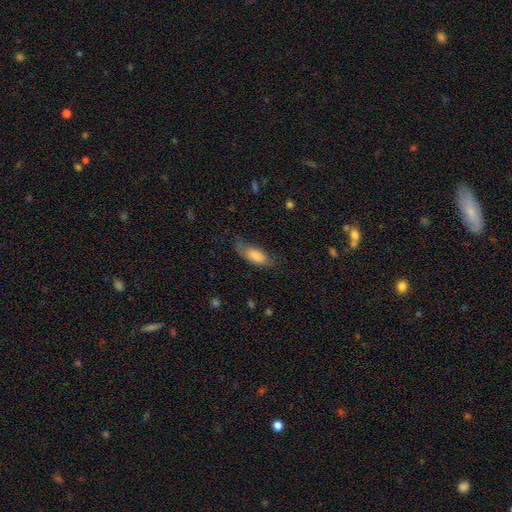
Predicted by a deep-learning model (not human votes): Smooth or featured? smooth (79%)
How rounded? in between (86%)
Merging? none (49%)